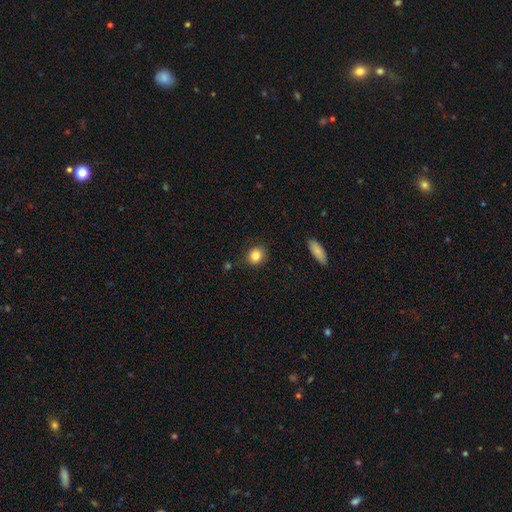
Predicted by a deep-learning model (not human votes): smooth 84%, star or artifact 10%, featured or disk 6%. Down the decision tree: how rounded — round (78%); merging — none (85%).